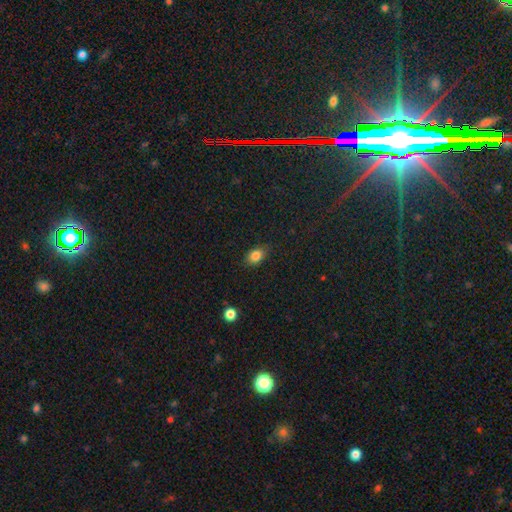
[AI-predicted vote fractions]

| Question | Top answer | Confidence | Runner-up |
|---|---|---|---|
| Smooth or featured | smooth | 84% | star or artifact (10%) |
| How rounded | in between | 75% | round (24%) |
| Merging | none | 81% | minor disturbance (15%) |